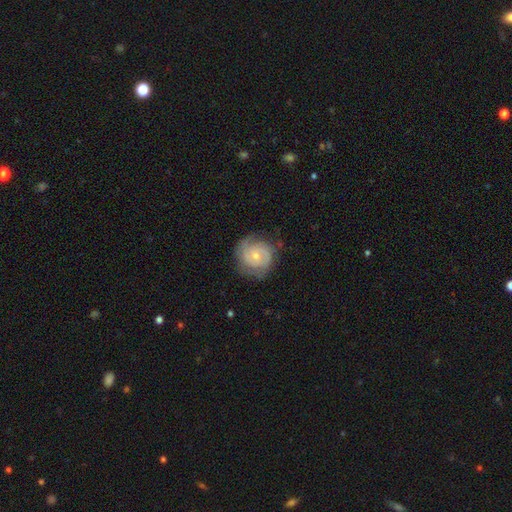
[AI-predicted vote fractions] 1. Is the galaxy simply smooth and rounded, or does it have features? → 75% featured or disk, 19% smooth, 6% star or artifact.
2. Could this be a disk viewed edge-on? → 98% no, 2% yes.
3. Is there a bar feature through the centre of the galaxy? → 69% no, 27% weak, 4% strong.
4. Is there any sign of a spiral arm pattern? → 93% yes, 7% no.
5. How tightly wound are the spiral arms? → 58% tight, 33% medium, 9% loose.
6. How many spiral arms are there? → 54% 2, 20% can't tell, 14% 3, 5% 1, 3% 4, 3% more than 4.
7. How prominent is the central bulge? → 60% small, 36% moderate, 2% none, 1% large, 1% dominant.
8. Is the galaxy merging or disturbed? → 73% none, 19% minor disturbance, 7% major disturbance, 1% merger.